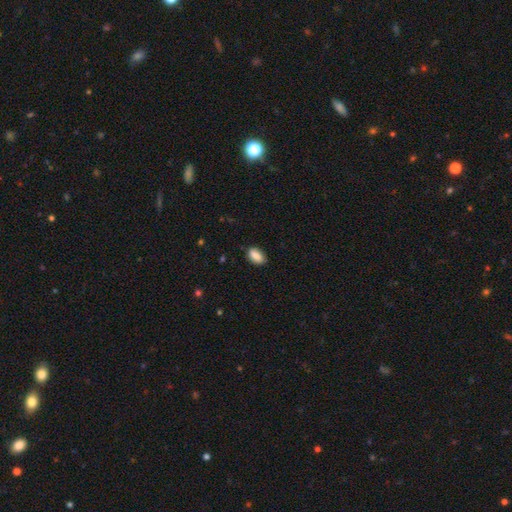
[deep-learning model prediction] Morphology: type=smooth (86%); roundness=in between (91%); merging=none (84%).